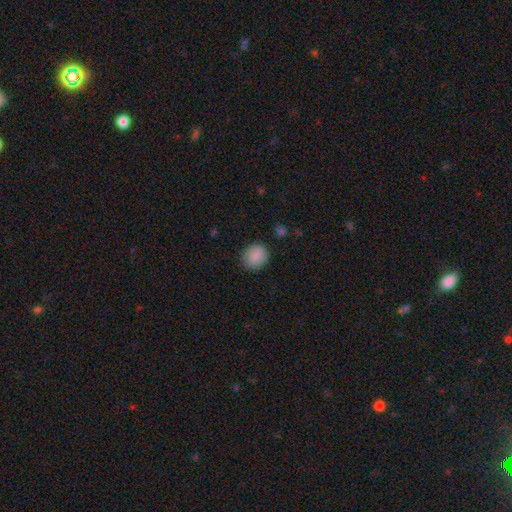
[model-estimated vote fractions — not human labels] Smooth or featured?
  - smooth: 88% *
  - star or artifact: 8%
  - featured or disk: 4%
How rounded?
  - round: 74% *
  - in between: 25%
  - cigar-shaped: 1%
Merging?
  - none: 86% *
  - minor disturbance: 10%
  - major disturbance: 3%
  - merger: 1%